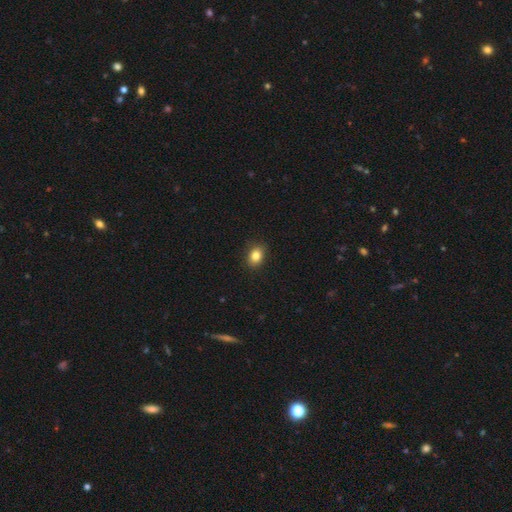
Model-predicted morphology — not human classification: smooth 85%, star or artifact 9%, featured or disk 6%. Down the decision tree: how rounded — in between (69%); merging — none (89%).